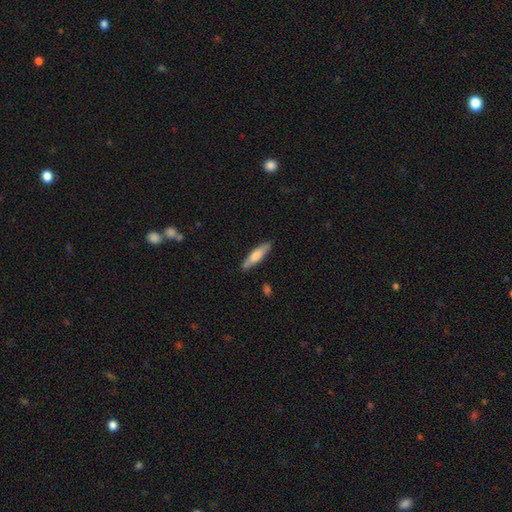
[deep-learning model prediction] Smooth or featured: smooth — 65% (featured or disk — 30%)
How rounded: cigar-shaped — 74% (in between — 24%)
Merging: none — 85% (minor disturbance — 12%)